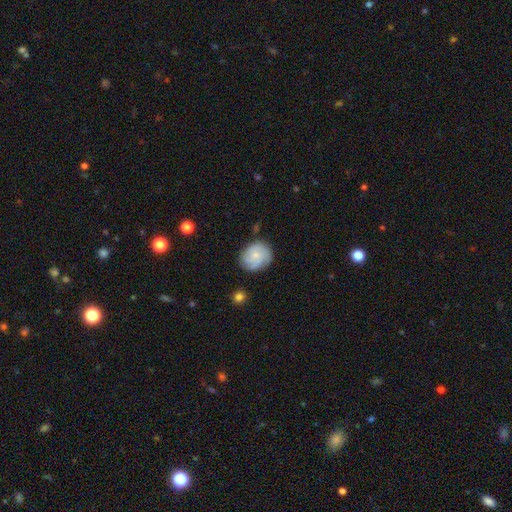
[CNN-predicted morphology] Smooth or featured? Predicted: smooth (p=0.48). Merging? Predicted: none (p=0.75).